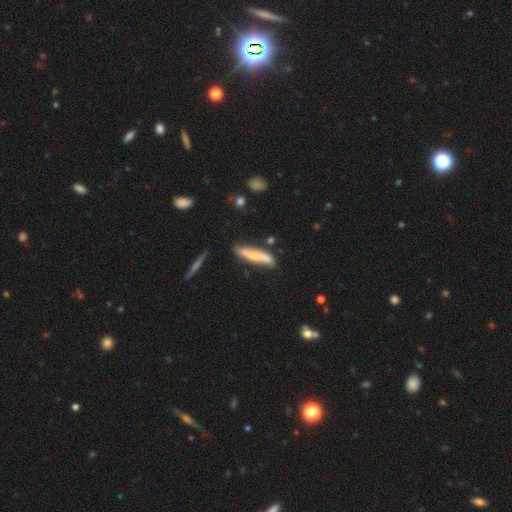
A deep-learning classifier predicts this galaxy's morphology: This is possibly a smooth galaxy (53%). How rounded: clearly cigar-shaped (85%). Merging: likely none (71%).